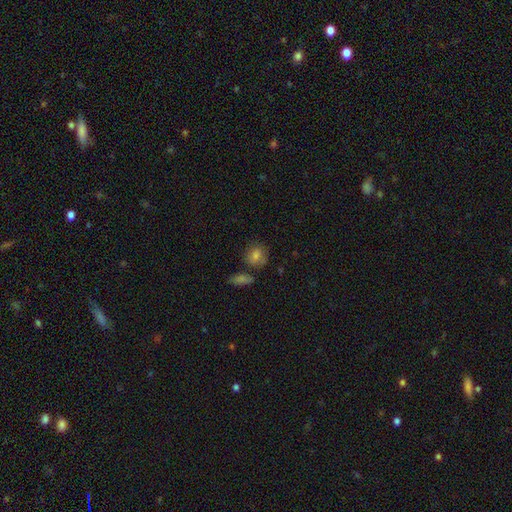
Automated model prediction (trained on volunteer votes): Smooth or featured: smooth — 74% (star or artifact — 13%)
How rounded: round — 71% (in between — 27%)
Merging: none — 69% (minor disturbance — 14%)